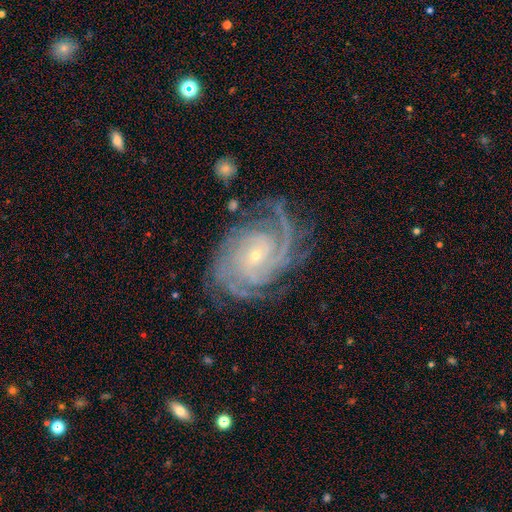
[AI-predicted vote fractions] A featured or disk galaxy (91%) with no bar (66%), 4 (29%) tight (71%) spiral arms (98%) and a small central bulge (79%).

Vote fractions:
- Smooth or featured? featured or disk: 91% / star or artifact: 5% / smooth: 3%
- Edge-on disk? no: 97% / yes: 3%
- Bar? no: 66% / weak: 25% / strong: 9%
- Spiral arms? yes: 98% / no: 2%
- Spiral winding? tight: 71% / medium: 25% / loose: 4%
- Spiral arm count? 4: 29% / 3: 21% / can't tell: 17% / more than 4: 14% / 2: 12% / 1: 8%
- Bulge size? small: 79% / moderate: 17% / none: 1% / large: 1% / dominant: 1%
- Merging? none: 74% / minor disturbance: 18% / major disturbance: 7% / merger: 2%